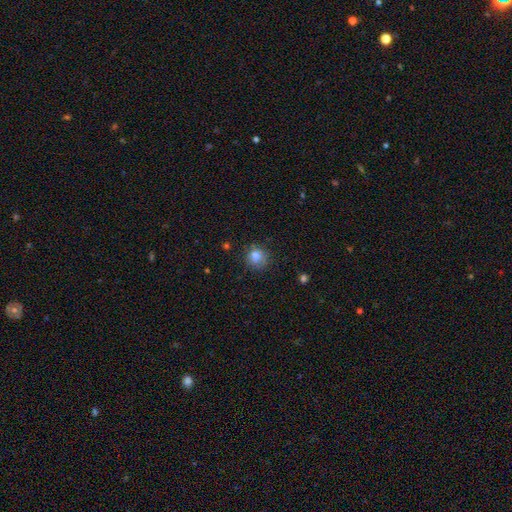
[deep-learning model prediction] This appears to be a smooth galaxy with no disk features (82%) that is round (86%). Merging: none (78%).